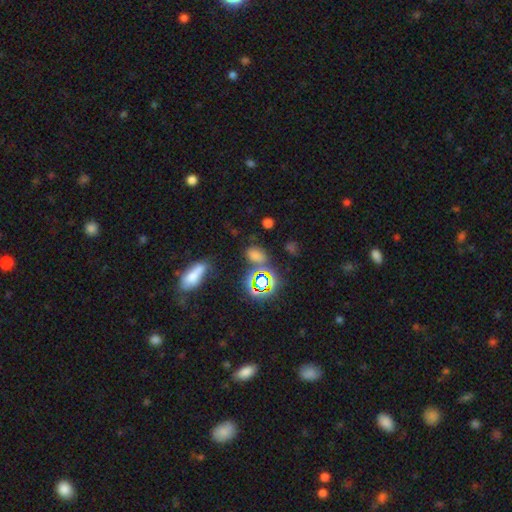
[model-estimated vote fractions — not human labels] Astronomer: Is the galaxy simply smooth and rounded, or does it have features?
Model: smooth — 53% (runner-up: star or artifact, 38%).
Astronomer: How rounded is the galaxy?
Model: in between — 76%.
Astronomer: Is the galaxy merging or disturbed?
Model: none — 64%.